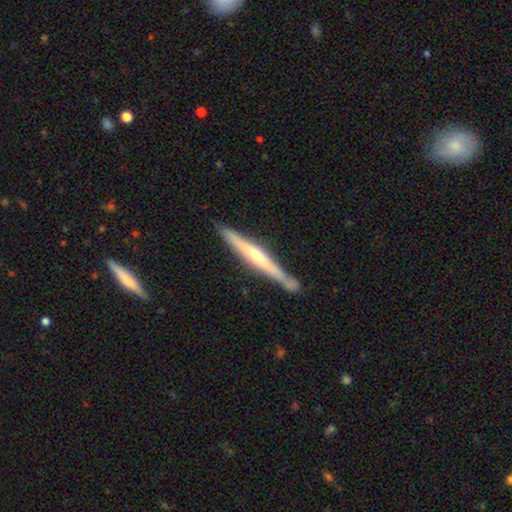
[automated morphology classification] Q: Smooth or featured?
A: featured or disk (67%); runner-up: smooth (28%)
Q: Edge-on disk?
A: yes (97%); runner-up: no (3%)
Q: Edge-on bulge?
A: rounded (72%); runner-up: none (21%)
Q: Merging?
A: none (80%); runner-up: minor disturbance (12%)